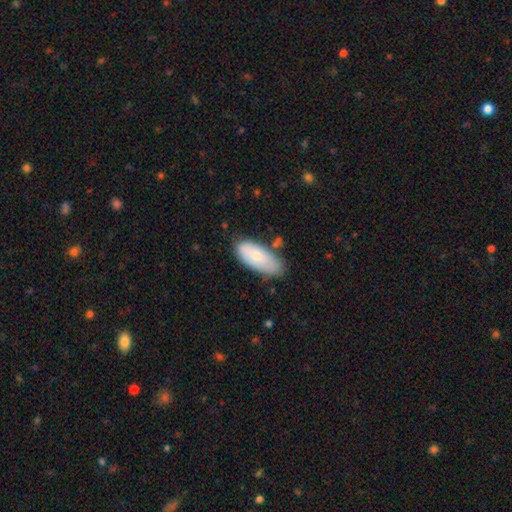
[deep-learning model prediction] Smooth or featured: smooth — 74% (featured or disk — 19%)
How rounded: in between — 87% (cigar-shaped — 11%)
Merging: none — 68% (minor disturbance — 23%)